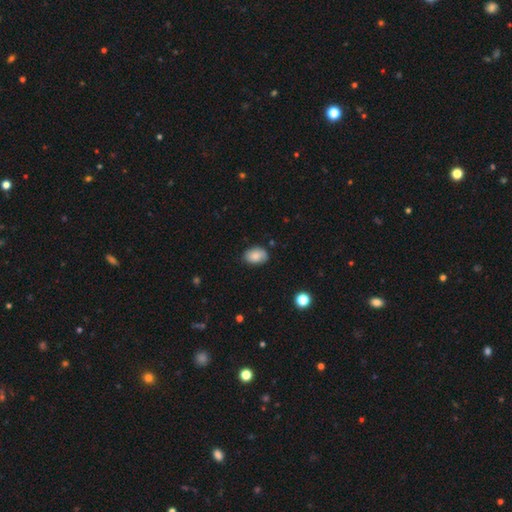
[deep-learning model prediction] A smooth galaxy with no disk features (82%) that is in between round and cigar-shaped (84%). Merging: none (77%).